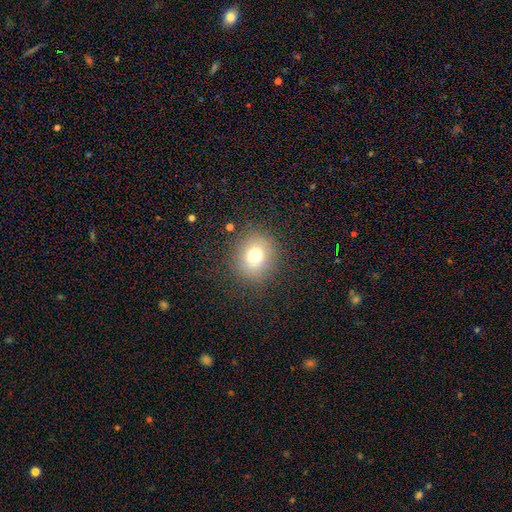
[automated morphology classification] This appears to be a smooth galaxy with no disk features (73%) that is round (83%). Merging: none (86%).